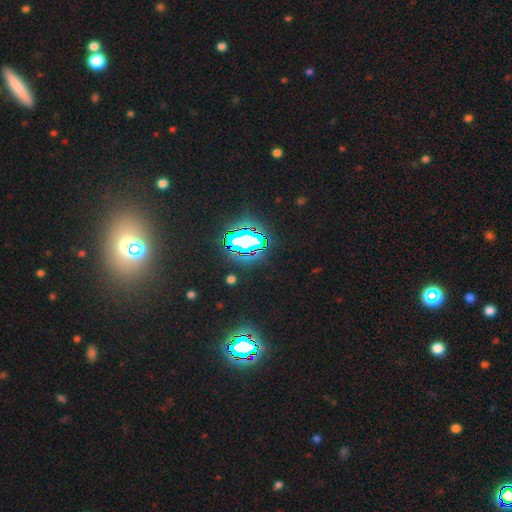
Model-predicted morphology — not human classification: A star or artifact, not a galaxy (76%).

Vote fractions:
- Smooth or featured? star or artifact: 76% / smooth: 15% / featured or disk: 9%